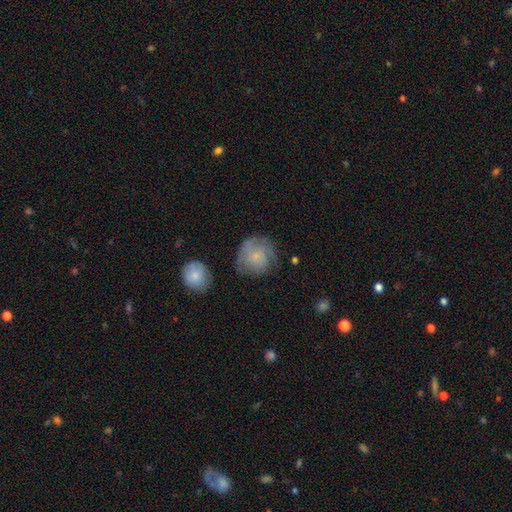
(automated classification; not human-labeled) This is possibly a smooth galaxy (54%). How rounded: clearly round (86%). Merging: likely none (63%).